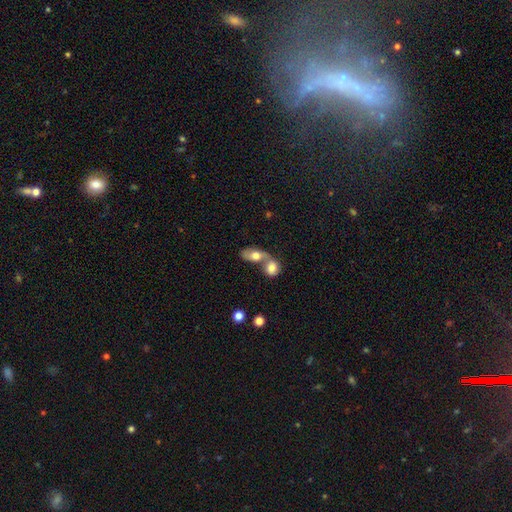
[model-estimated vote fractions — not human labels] Smooth or featured? smooth (66%)
How rounded? in between (74%)
Merging? merger (72%)